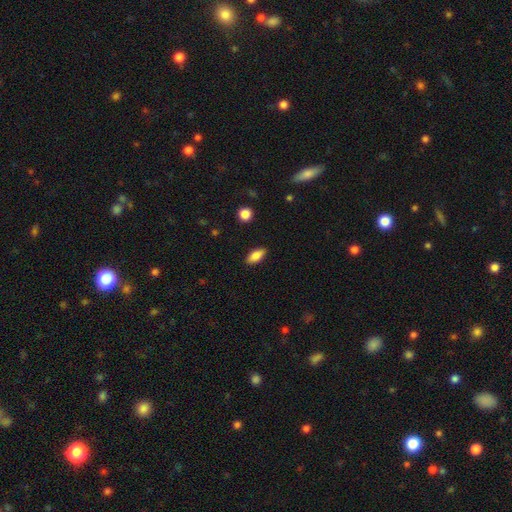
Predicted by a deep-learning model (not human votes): Smooth or featured?
  - smooth: 81% *
  - featured or disk: 12%
  - star or artifact: 7%
How rounded?
  - in between: 84% *
  - cigar-shaped: 12%
  - round: 3%
Merging?
  - none: 88% *
  - minor disturbance: 9%
  - major disturbance: 2%
  - merger: 1%